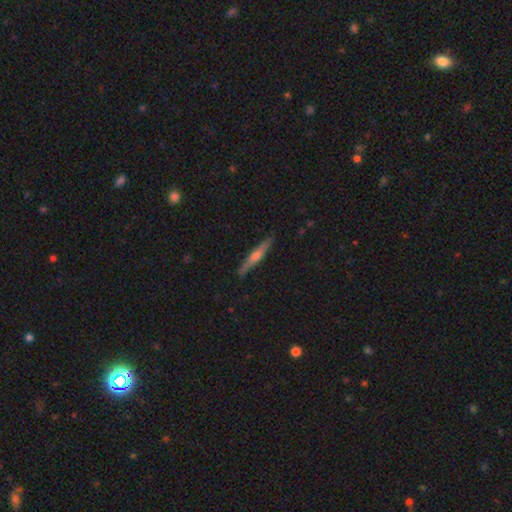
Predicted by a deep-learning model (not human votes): This is likely a featured or disk galaxy (63%). It is clearly viewed edge-on (97%). Edge-on bulge: clearly rounded (83%). Merging: clearly none (90%).